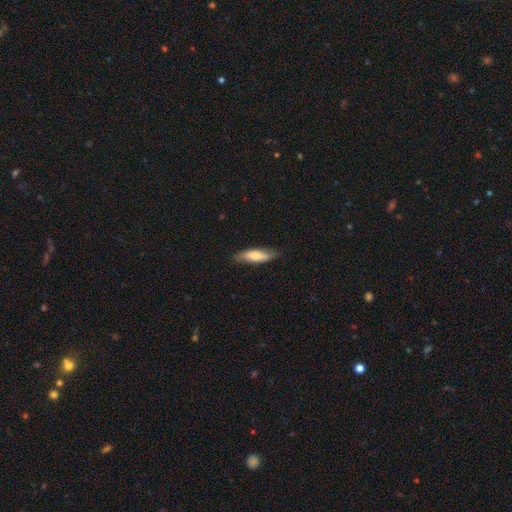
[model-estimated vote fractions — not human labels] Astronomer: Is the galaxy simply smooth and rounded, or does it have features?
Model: smooth — 69%.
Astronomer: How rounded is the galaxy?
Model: cigar-shaped — 52% (runner-up: in between, 46%).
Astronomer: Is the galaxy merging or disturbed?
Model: none — 81%.